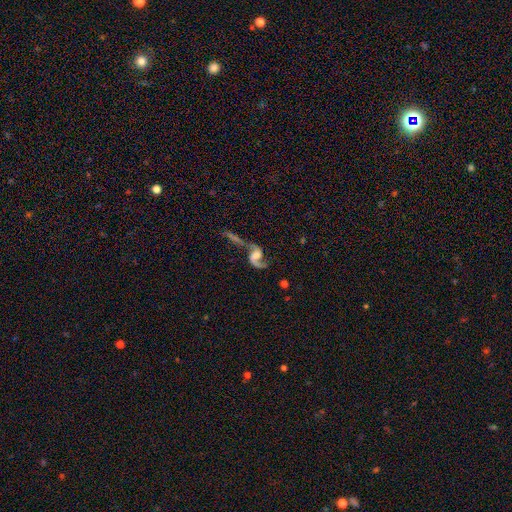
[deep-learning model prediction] Smooth or featured?
  - featured or disk: 86% *
  - smooth: 8%
  - star or artifact: 6%
Edge-on disk?
  - no: 97% *
  - yes: 3%
Bar?
  - no: 46% *
  - weak: 41%
  - strong: 13%
Spiral arms?
  - yes: 95% *
  - no: 5%
Spiral winding?
  - loose: 73% *
  - medium: 23%
  - tight: 4%
Spiral arm count?
  - 2: 85% *
  - 1: 10%
  - can't tell: 2%
  - 3: 1%
  - 4: 1%
  - more than 4: 1%
Bulge size?
  - moderate: 33% *
  - none: 24%
  - small: 24%
  - large: 16%
  - dominant: 3%
Merging?
  - none: 37% *
  - merger: 31%
  - major disturbance: 19%
  - minor disturbance: 13%